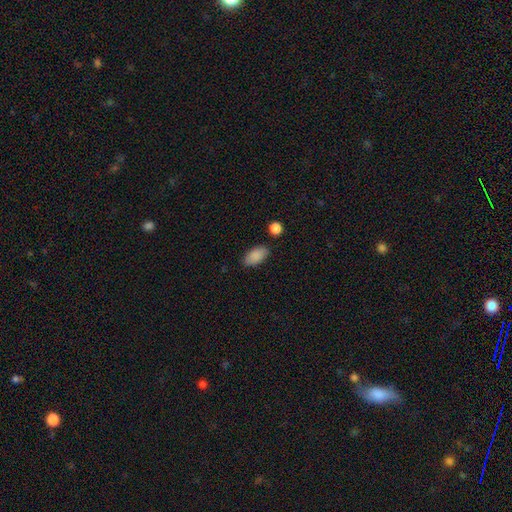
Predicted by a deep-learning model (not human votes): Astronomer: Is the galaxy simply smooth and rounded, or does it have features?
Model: smooth — 88%.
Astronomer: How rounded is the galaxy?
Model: in between — 94%.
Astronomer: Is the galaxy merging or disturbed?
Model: none — 81%.